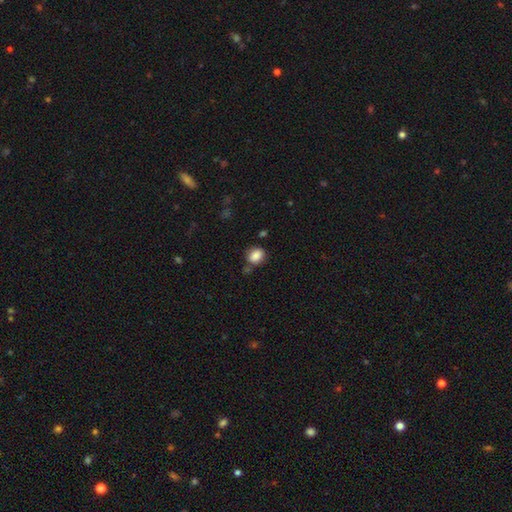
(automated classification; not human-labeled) A smooth galaxy with no disk features (86%) that is round (58%).

Vote fractions:
- Smooth or featured? smooth: 86% / star or artifact: 9% / featured or disk: 5%
- How rounded? round: 58% / in between: 41% / cigar-shaped: 1%
- Merging? none: 72% / minor disturbance: 15% / merger: 8% / major disturbance: 4%